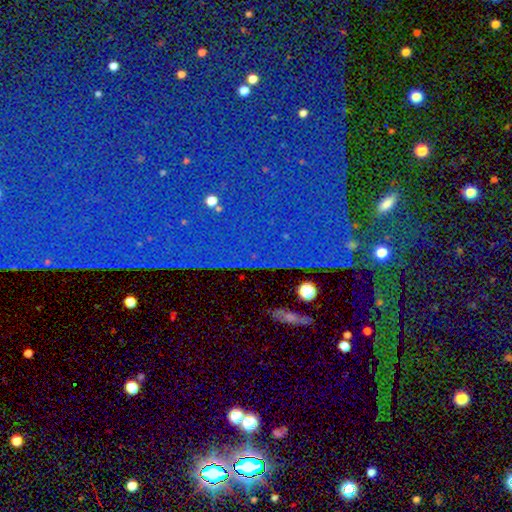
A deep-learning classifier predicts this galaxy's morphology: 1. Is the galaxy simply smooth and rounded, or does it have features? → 86% star or artifact, 7% featured or disk, 7% smooth.